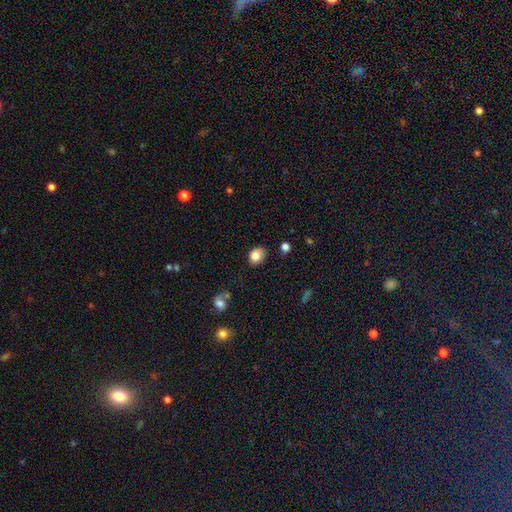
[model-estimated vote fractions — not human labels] smooth-or-featured: smooth: 83% | star or artifact: 9% | featured or disk: 8%
  how-rounded: in between: 65% | round: 34% | cigar-shaped: 1%
  merging: none: 77% | minor disturbance: 18% | major disturbance: 3% | merger: 2%